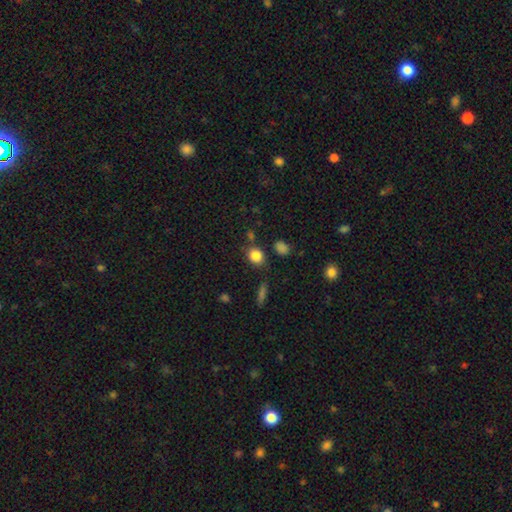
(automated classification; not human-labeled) smooth_or_featured: smooth (p=0.85) [alt: star or artifact p=0.11]
how_rounded: round (p=0.65) [alt: in between p=0.34]
merging: none (p=0.76) [alt: minor disturbance p=0.13]